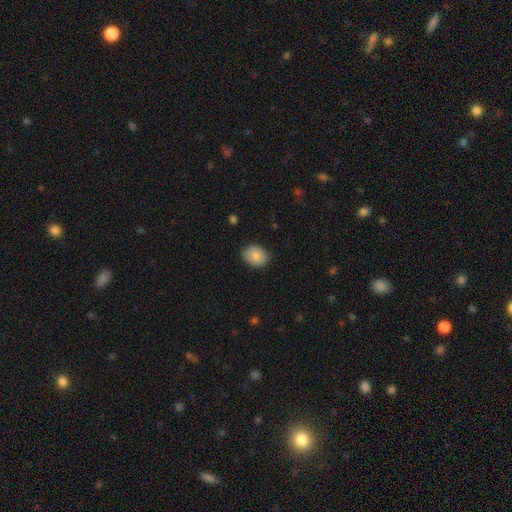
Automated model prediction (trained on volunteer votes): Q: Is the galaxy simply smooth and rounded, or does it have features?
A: smooth — 83%.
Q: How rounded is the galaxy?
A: in between — 64%.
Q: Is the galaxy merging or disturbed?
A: none — 84%.